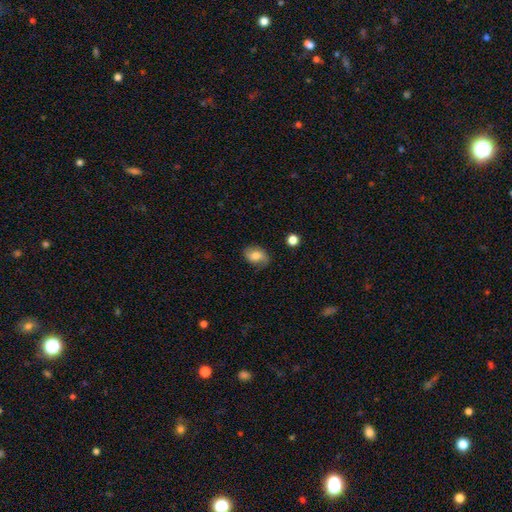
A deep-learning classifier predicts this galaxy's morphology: type=smooth (73%); roundness=in between (81%); merging=none (76%).